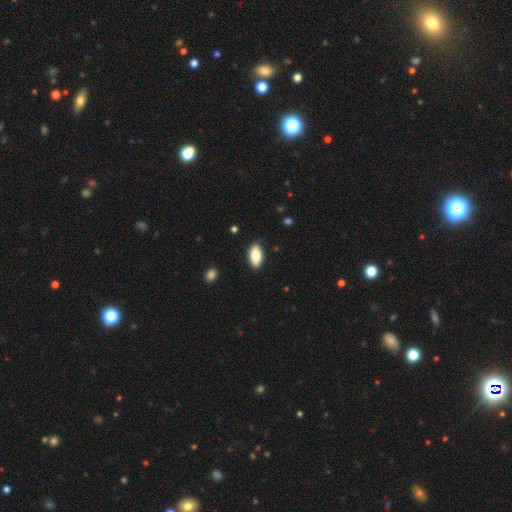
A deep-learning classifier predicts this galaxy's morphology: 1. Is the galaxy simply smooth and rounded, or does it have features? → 83% smooth, 10% featured or disk, 7% star or artifact.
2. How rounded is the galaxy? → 93% in between, 4% cigar-shaped, 3% round.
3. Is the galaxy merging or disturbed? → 85% none, 12% minor disturbance, 2% major disturbance, 1% merger.